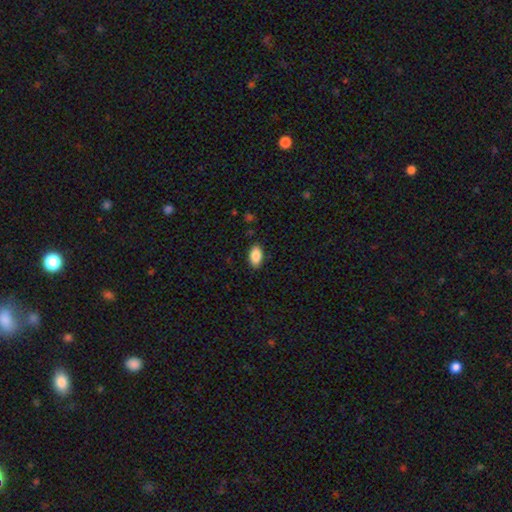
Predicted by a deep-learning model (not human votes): Smooth or featured? smooth (89%)
How rounded? in between (94%)
Merging? none (87%)